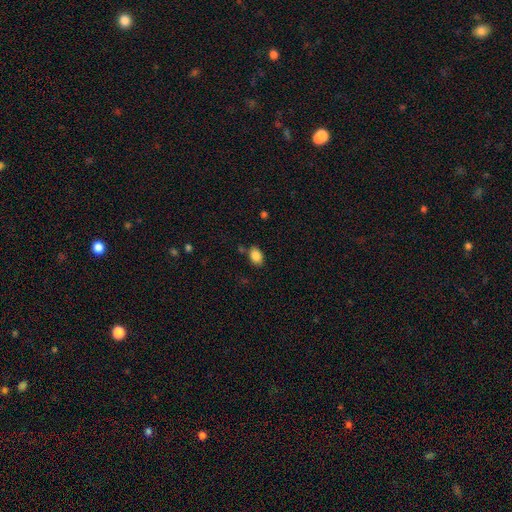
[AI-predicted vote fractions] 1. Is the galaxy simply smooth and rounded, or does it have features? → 87% smooth, 8% star or artifact, 5% featured or disk.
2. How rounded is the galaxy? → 84% in between, 15% round, 1% cigar-shaped.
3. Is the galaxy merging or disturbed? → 77% none, 14% minor disturbance, 5% merger, 3% major disturbance.